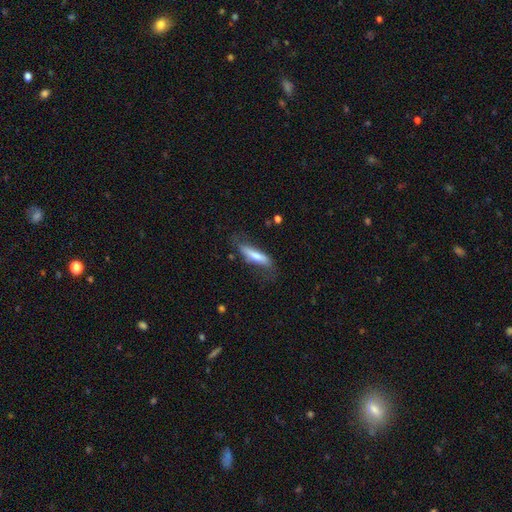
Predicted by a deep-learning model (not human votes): The model was most divided on "merging": none: 56%, minor disturbance: 27%, major disturbance: 15%, merger: 2%. More confident: how rounded — cigar-shaped (73%); smooth or featured — smooth (65%).